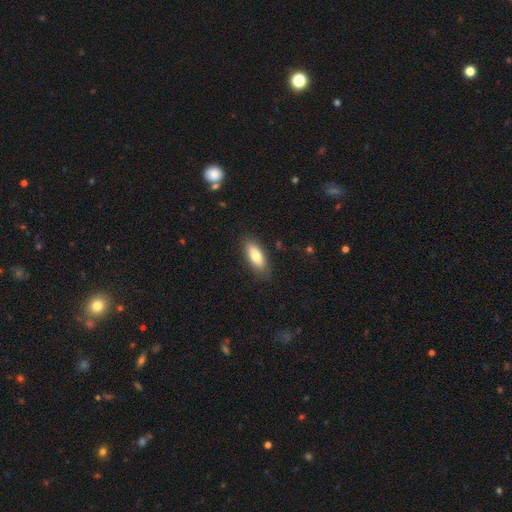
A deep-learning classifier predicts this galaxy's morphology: Overall: smooth (78%). How rounded: in between (75%). Merging: none (84%).